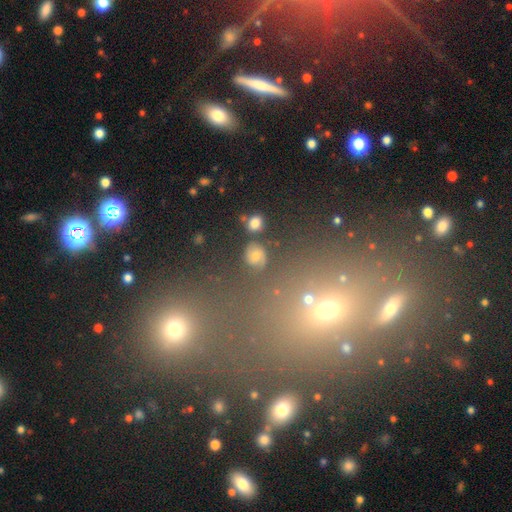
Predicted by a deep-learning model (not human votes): smooth 67%, star or artifact 21%, featured or disk 12%. Down the decision tree: how rounded — round (70%); merging — none (83%).